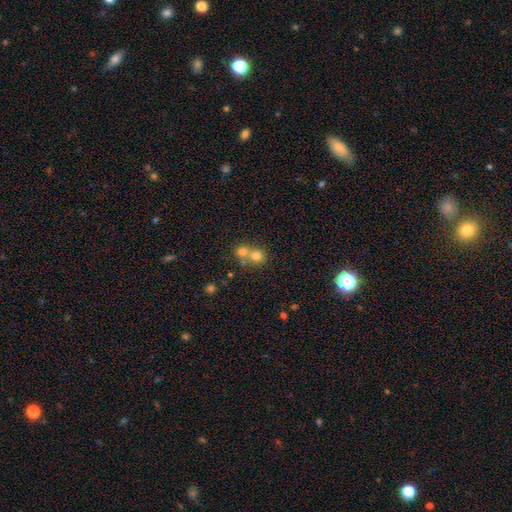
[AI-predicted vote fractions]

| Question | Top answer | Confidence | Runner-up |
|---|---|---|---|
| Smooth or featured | smooth | 75% | star or artifact (13%) |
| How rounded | round | 85% | in between (14%) |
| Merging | merger | 56% | none (37%) |